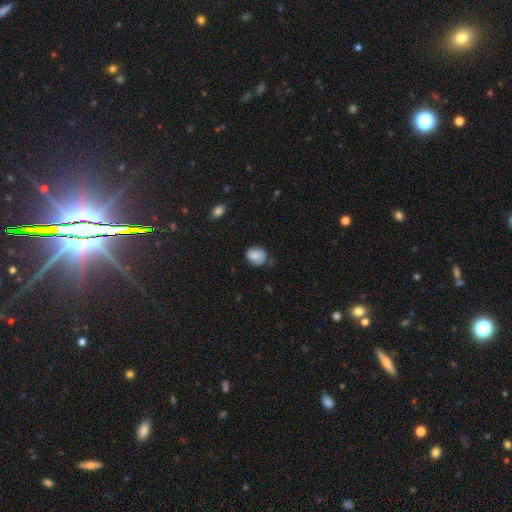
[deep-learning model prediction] The model was most divided on "how rounded": round: 58%, in between: 41%, cigar-shaped: 1%. More confident: smooth or featured — smooth (80%); merging — none (65%).